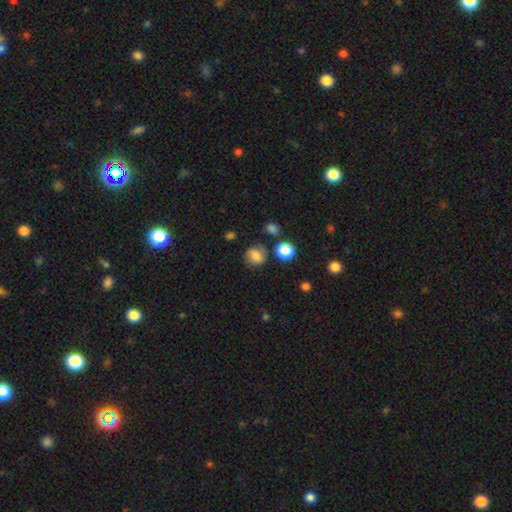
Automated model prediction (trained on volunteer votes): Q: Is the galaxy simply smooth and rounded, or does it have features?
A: smooth — 71%.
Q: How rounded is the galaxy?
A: round — 78%.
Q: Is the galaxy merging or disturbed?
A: none — 72%.